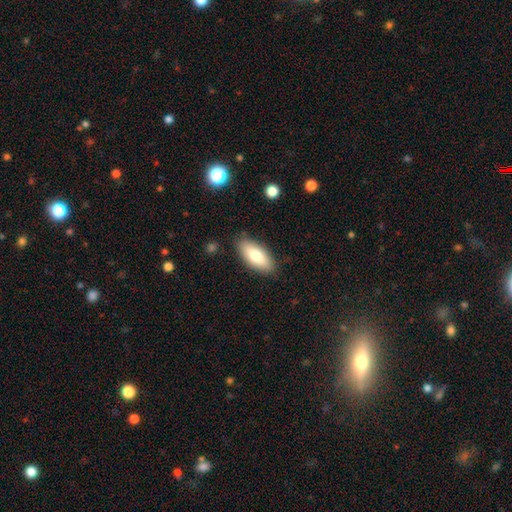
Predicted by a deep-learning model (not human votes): Morphology: type=smooth (76%); roundness=in between (83%); merging=none (85%).